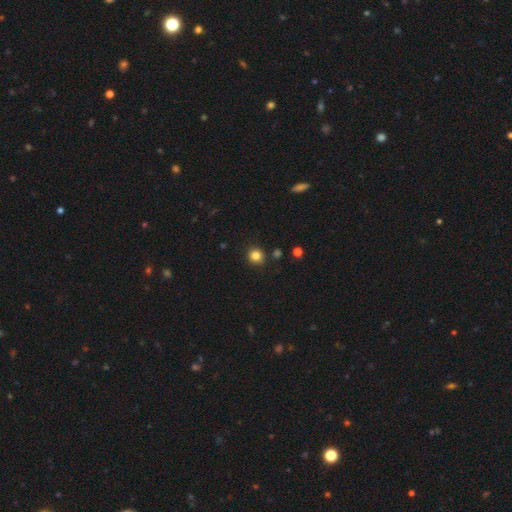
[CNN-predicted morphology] This appears to be a smooth galaxy with no disk features (84%) that is round (90%). Merging: none (89%).